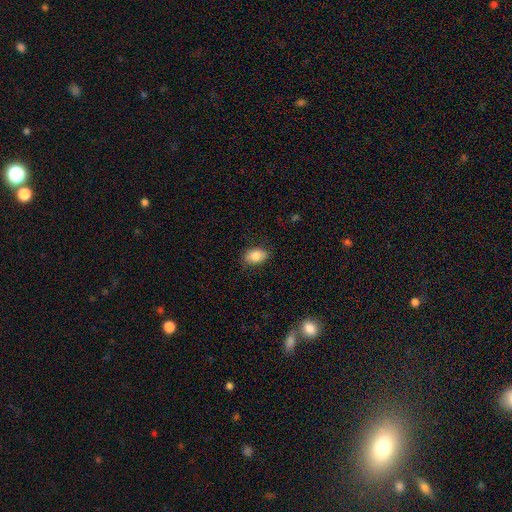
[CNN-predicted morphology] Smooth or featured?
  - smooth: 84% *
  - featured or disk: 9%
  - star or artifact: 7%
How rounded?
  - in between: 89% *
  - round: 10%
  - cigar-shaped: 2%
Merging?
  - none: 84% *
  - minor disturbance: 12%
  - major disturbance: 3%
  - merger: 1%